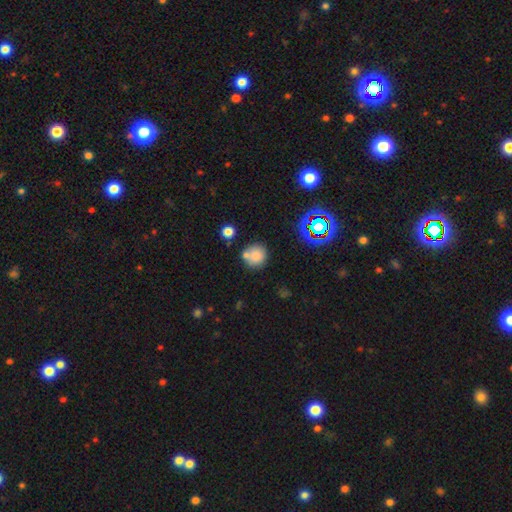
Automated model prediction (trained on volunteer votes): The model was most divided on "merging": none: 64%, merger: 21%, minor disturbance: 11%, major disturbance: 4%. More confident: how rounded — round (91%); smooth or featured — smooth (77%).